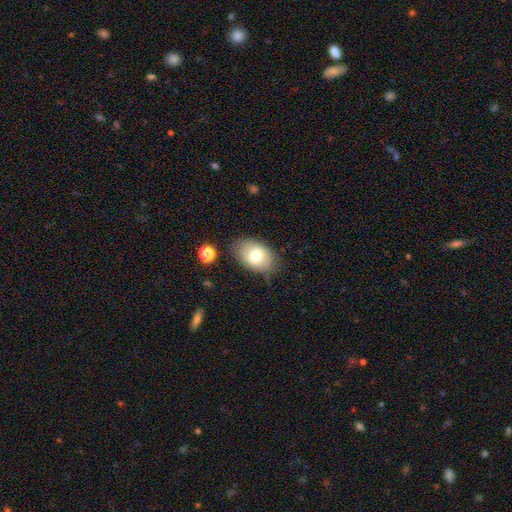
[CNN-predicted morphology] Smooth or featured: smooth — 75% (featured or disk — 17%)
How rounded: in between — 86% (round — 13%)
Merging: none — 75% (minor disturbance — 18%)